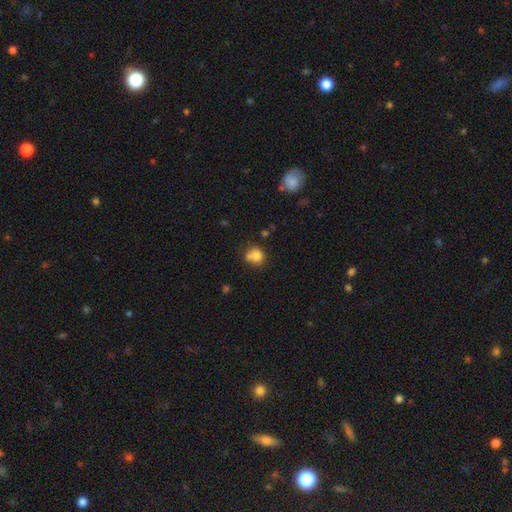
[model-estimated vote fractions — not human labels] Smooth or featured? smooth (80%)
How rounded? round (80%)
Merging? none (55%)